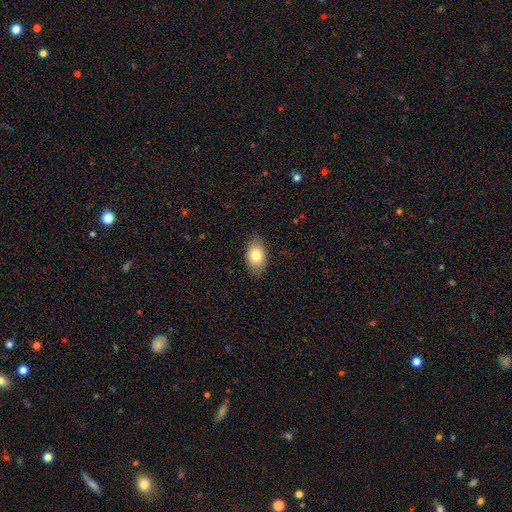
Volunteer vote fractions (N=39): A smooth galaxy with no disk features (74%) that is in between round and cigar-shaped (83%). Merging: none (91%).